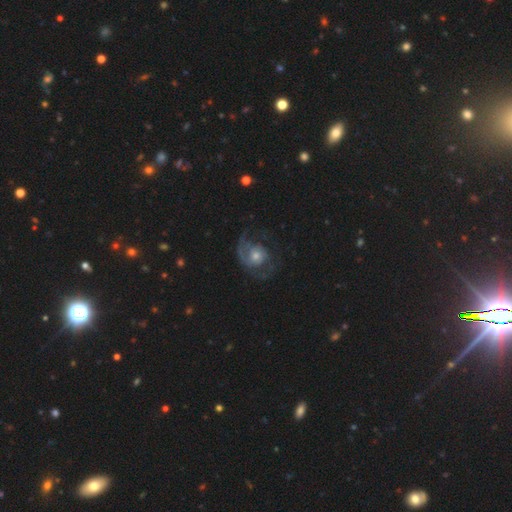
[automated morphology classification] A featured or disk galaxy (76%) with no bar (72%), 2 (58%) medium (45%) spiral arms (90%) and a moderate central bulge (51%).

Vote fractions:
- Smooth or featured? featured or disk: 76% / smooth: 17% / star or artifact: 7%
- Edge-on disk? no: 98% / yes: 2%
- Bar? no: 72% / weak: 23% / strong: 4%
- Spiral arms? yes: 90% / no: 10%
- Spiral winding? medium: 45% / loose: 28% / tight: 27%
- Spiral arm count? 2: 58% / 1: 23% / can't tell: 11% / 3: 4% / 4: 2% / more than 4: 2%
- Bulge size? moderate: 51% / small: 35% / large: 9% / none: 3% / dominant: 2%
- Merging? none: 57% / major disturbance: 24% / minor disturbance: 17% / merger: 2%